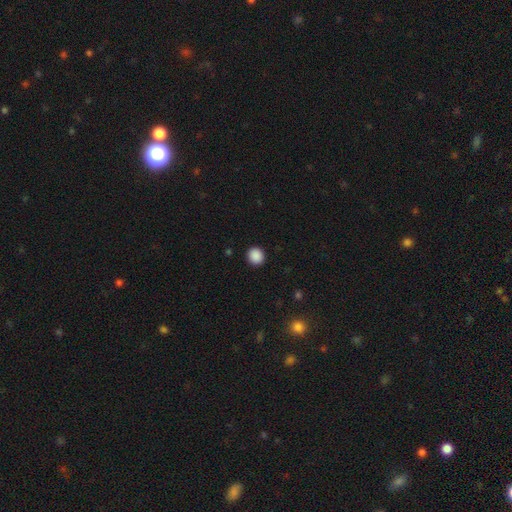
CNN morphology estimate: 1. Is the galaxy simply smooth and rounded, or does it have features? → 89% smooth, 9% star or artifact, 2% featured or disk.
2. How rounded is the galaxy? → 87% round, 12% in between, 1% cigar-shaped.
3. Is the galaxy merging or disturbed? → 92% none, 5% minor disturbance, 2% major disturbance, 1% merger.